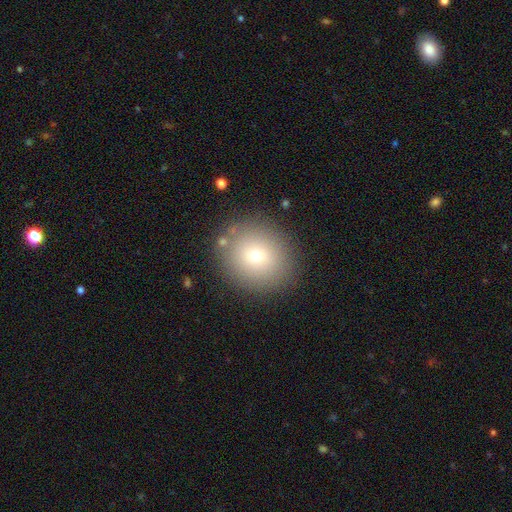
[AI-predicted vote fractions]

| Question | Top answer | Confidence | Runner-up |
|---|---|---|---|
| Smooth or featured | smooth | 71% | featured or disk (15%) |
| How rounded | round | 82% | in between (17%) |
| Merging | none | 85% | minor disturbance (9%) |